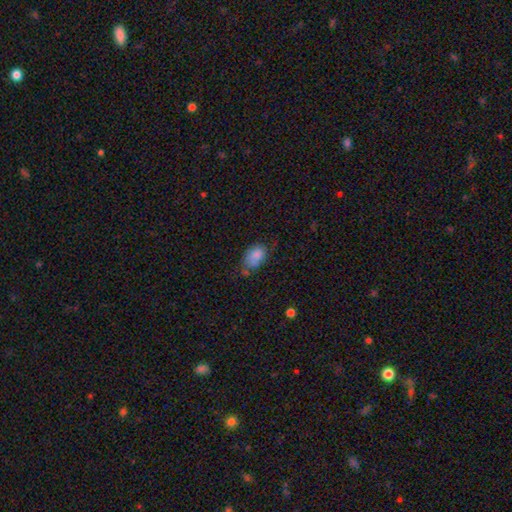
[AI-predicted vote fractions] smooth_or_featured: smooth (p=0.83) [alt: featured or disk p=0.09]
how_rounded: in between (p=0.87) [alt: round p=0.11]
merging: none (p=0.48) [alt: minor disturbance p=0.33]